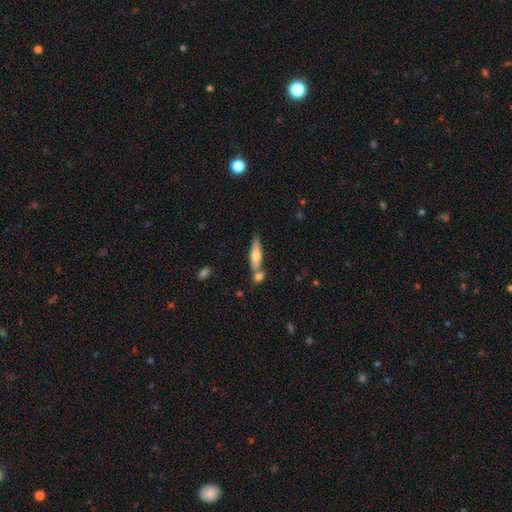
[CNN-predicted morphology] Smooth or featured?
  - smooth: 62% *
  - featured or disk: 32%
  - star or artifact: 6%
How rounded?
  - cigar-shaped: 68% *
  - in between: 30%
  - round: 2%
Merging?
  - none: 55% *
  - merger: 28%
  - minor disturbance: 13%
  - major disturbance: 3%